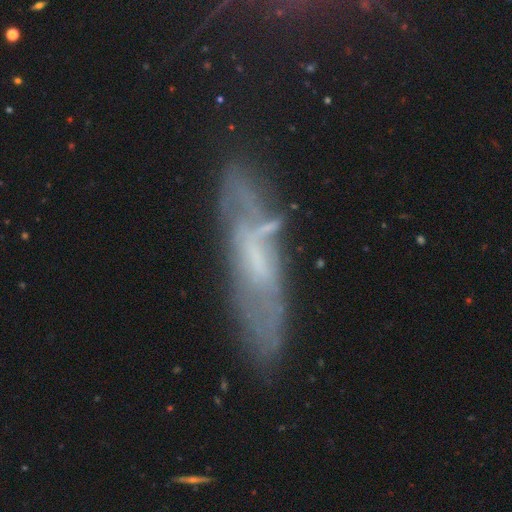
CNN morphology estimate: Smooth or featured?
  - featured or disk: 62% *
  - smooth: 28%
  - star or artifact: 10%
Edge-on disk?
  - no: 62% *
  - yes: 38%
Merging?
  - none: 60% *
  - minor disturbance: 22%
  - major disturbance: 12%
  - merger: 5%